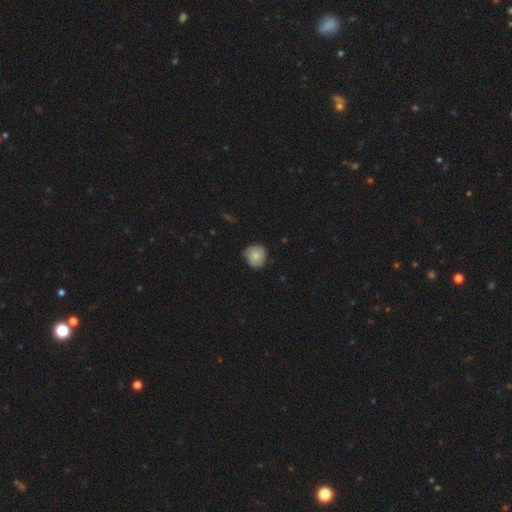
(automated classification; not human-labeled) Smooth or featured: smooth — 80% (featured or disk — 13%)
How rounded: round — 87% (in between — 12%)
Merging: none — 76% (minor disturbance — 20%)